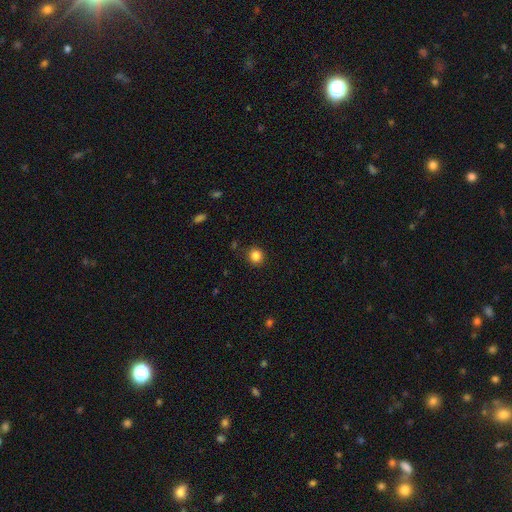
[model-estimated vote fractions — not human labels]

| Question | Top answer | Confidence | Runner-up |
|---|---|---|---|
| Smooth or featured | smooth | 84% | star or artifact (12%) |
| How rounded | round | 93% | in between (6%) |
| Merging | none | 89% | minor disturbance (7%) |